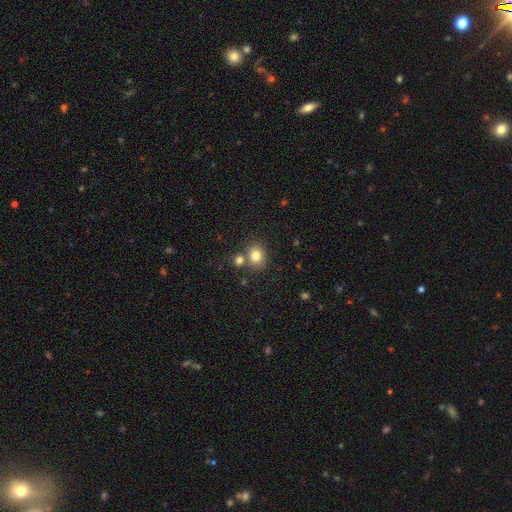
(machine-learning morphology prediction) Smooth or featured?
  - smooth: 80% *
  - star or artifact: 12%
  - featured or disk: 8%
How rounded?
  - round: 72% *
  - in between: 27%
  - cigar-shaped: 1%
Merging?
  - none: 68% *
  - merger: 20%
  - minor disturbance: 9%
  - major disturbance: 3%